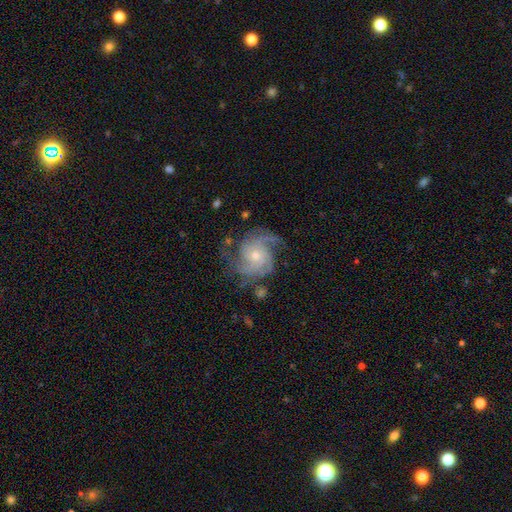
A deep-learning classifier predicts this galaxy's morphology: The model was most divided on "spiral winding": tight: 48%, medium: 41%, loose: 11%. Remaining: edge-on disk — no (98%); spiral arms — yes (97%); smooth or featured — featured or disk (88%); bar — no (75%); merging — none (71%); bulge size — small (60%); spiral arm count — 3 (38%).